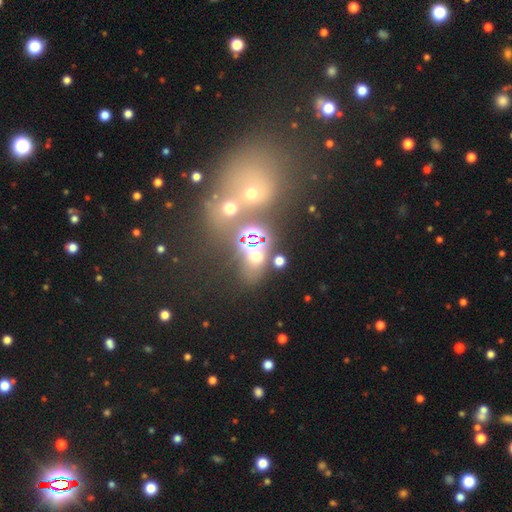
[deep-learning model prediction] The model was most divided on "smooth or featured" (2-way tie): star or artifact: 44%, smooth: 44%, featured or disk: 11%.